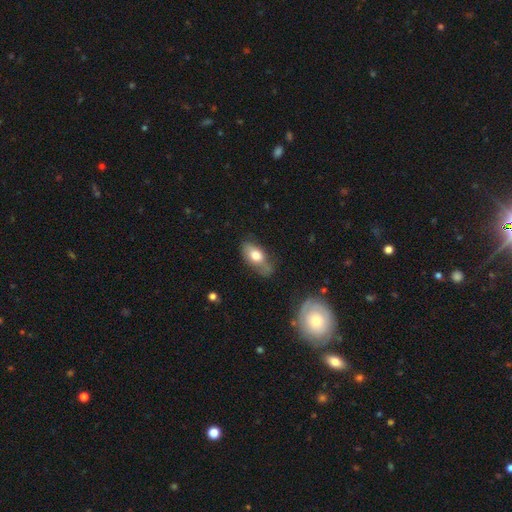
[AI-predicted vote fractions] Smooth or featured? Predicted: smooth (p=0.69). How rounded? Predicted: in between (p=0.86). Merging? Predicted: none (p=0.52).